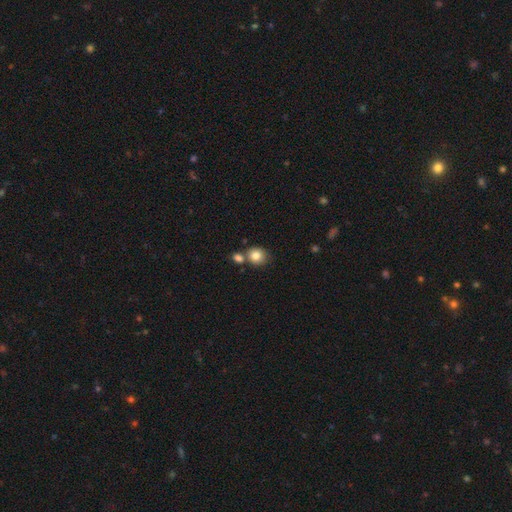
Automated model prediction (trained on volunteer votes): Morphology: type=smooth (83%); roundness=round (74%); merging=none (55%).